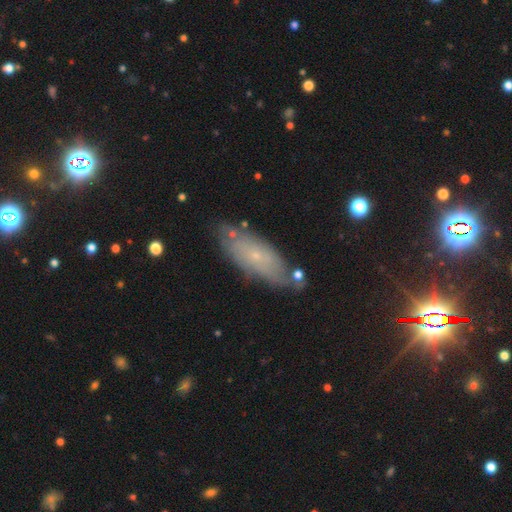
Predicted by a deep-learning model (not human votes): The model was most divided on "smooth or featured": smooth: 45%, featured or disk: 43%, star or artifact: 12%. More confident: merging — none (73%).